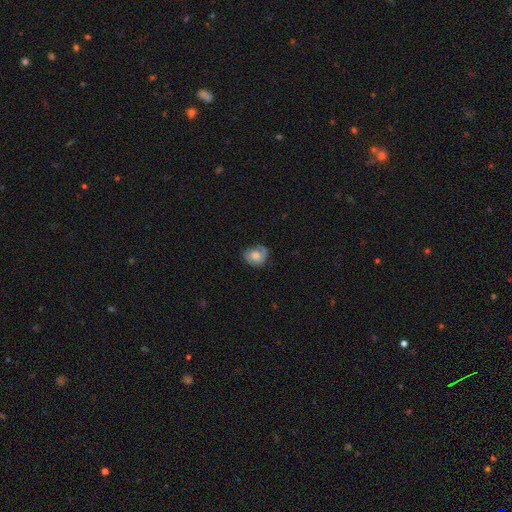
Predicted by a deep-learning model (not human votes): The model was most divided on "smooth or featured": smooth: 50%, featured or disk: 42%, star or artifact: 8%. More confident: merging — none (59%).